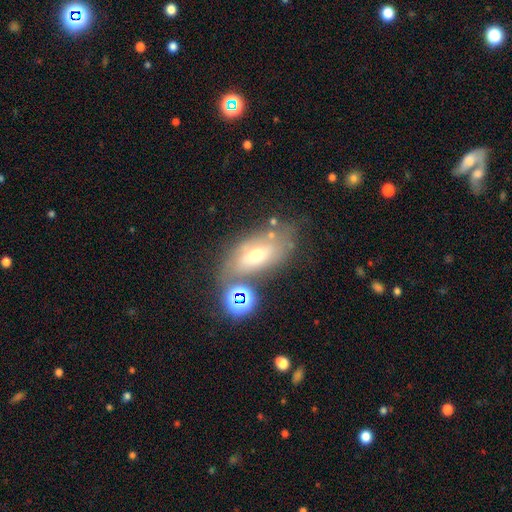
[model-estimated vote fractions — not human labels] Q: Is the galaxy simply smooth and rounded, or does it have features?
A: smooth — 44%.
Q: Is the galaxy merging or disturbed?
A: none — 55%.